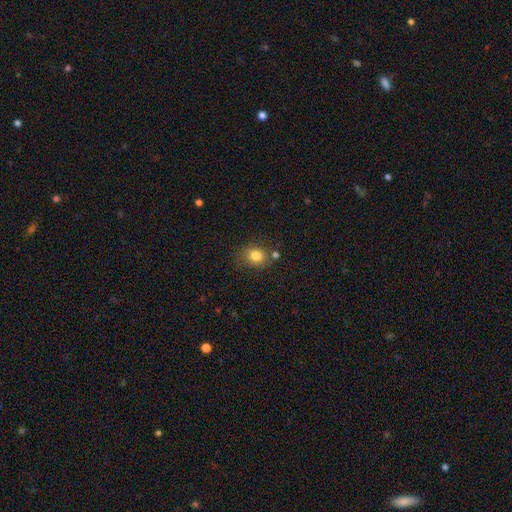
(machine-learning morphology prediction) smooth_or_featured: smooth (p=0.81) [alt: star or artifact p=0.11]
how_rounded: round (p=0.61) [alt: in between p=0.38]
merging: none (p=0.72) [alt: minor disturbance p=0.15]